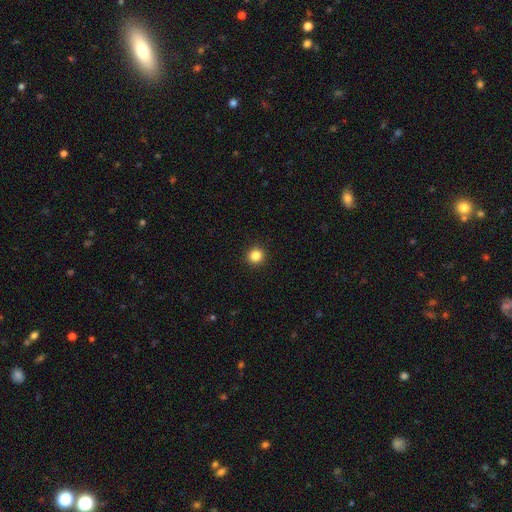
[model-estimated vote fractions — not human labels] A smooth galaxy with no disk features (85%) that is round (92%).

Vote fractions:
- Smooth or featured? smooth: 85% / star or artifact: 11% / featured or disk: 4%
- How rounded? round: 92% / in between: 7% / cigar-shaped: 1%
- Merging? none: 93% / minor disturbance: 4% / major disturbance: 2% / merger: 1%